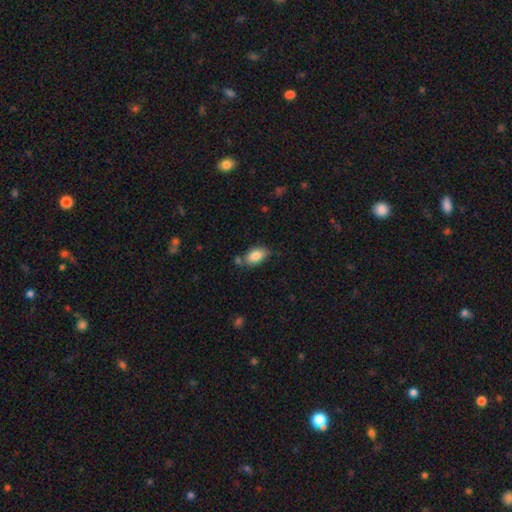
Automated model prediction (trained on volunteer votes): Smooth or featured: smooth — 84% (featured or disk — 9%)
How rounded: in between — 92% (round — 5%)
Merging: none — 67% (minor disturbance — 19%)